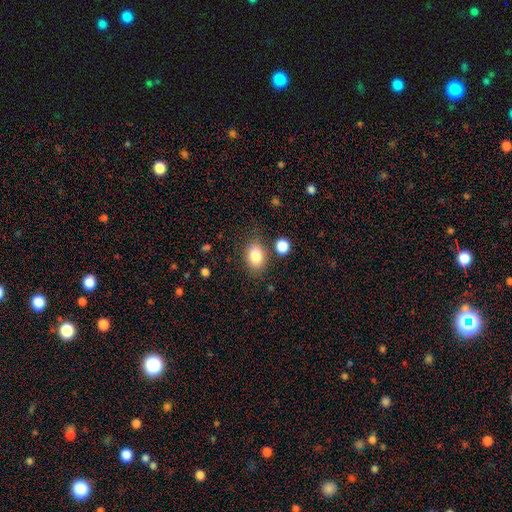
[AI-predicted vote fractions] smooth-or-featured: smooth: 83% | star or artifact: 9% | featured or disk: 8%
  how-rounded: in between: 76% | round: 23% | cigar-shaped: 1%
  merging: none: 76% | minor disturbance: 13% | merger: 6% | major disturbance: 4%